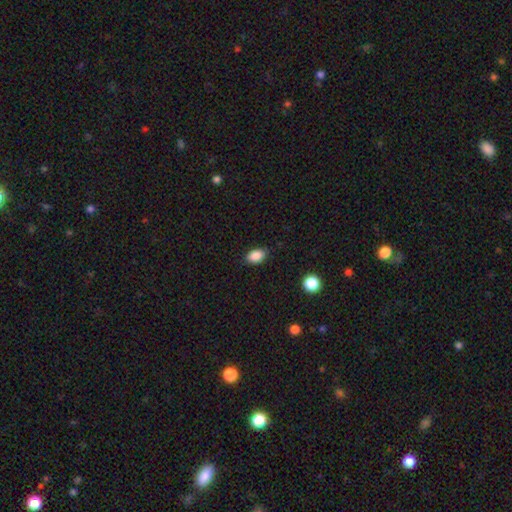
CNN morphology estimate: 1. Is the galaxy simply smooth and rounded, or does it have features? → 87% smooth, 9% star or artifact, 4% featured or disk.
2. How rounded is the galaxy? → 88% in between, 11% round, 2% cigar-shaped.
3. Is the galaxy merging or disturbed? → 84% none, 12% minor disturbance, 2% major disturbance, 1% merger.